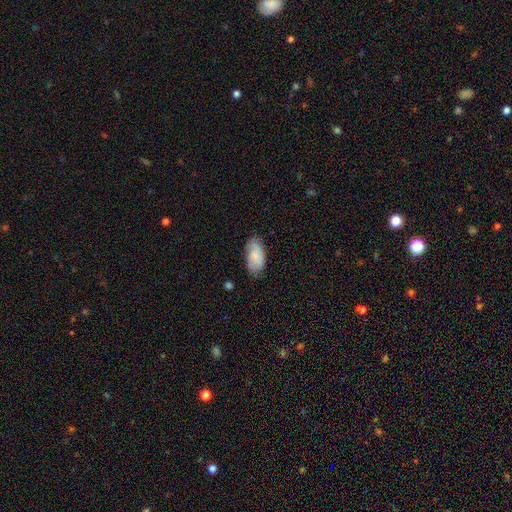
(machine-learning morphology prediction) Overall: smooth (72%). How rounded: in between (94%). Merging: none (67%).